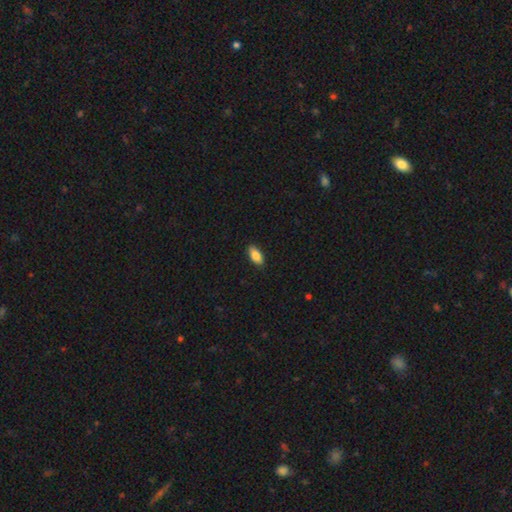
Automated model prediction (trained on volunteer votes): Smooth or featured: smooth — 84% (featured or disk — 9%)
How rounded: in between — 88% (cigar-shaped — 9%)
Merging: none — 89% (minor disturbance — 9%)